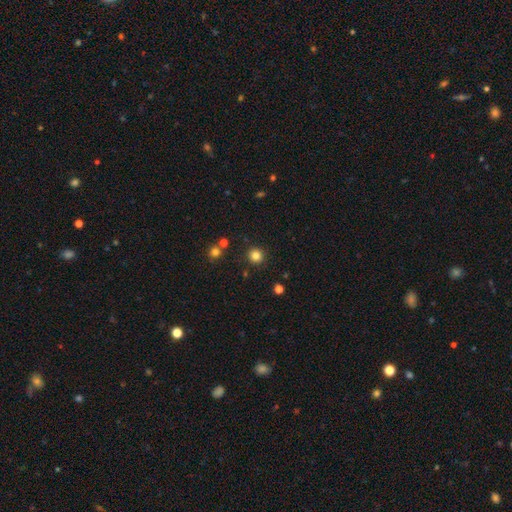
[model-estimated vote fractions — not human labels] smooth-or-featured: smooth: 82% | star or artifact: 13% | featured or disk: 5%
  how-rounded: round: 94% | in between: 5% | cigar-shaped: 1%
  merging: none: 89% | minor disturbance: 6% | merger: 3% | major disturbance: 2%